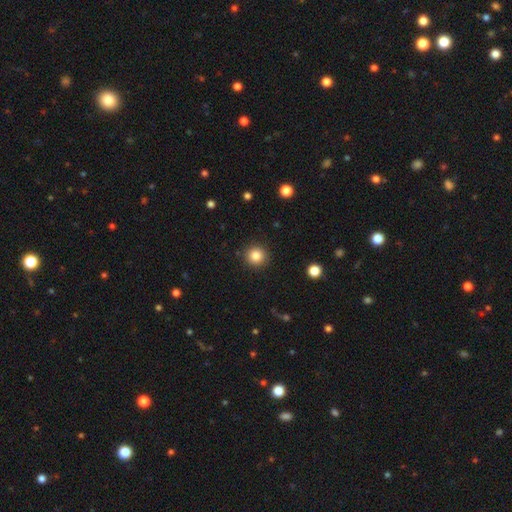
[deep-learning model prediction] A smooth galaxy with no disk features (84%) that is round (94%).

Vote fractions:
- Smooth or featured? smooth: 84% / star or artifact: 11% / featured or disk: 5%
- How rounded? round: 94% / in between: 5% / cigar-shaped: 1%
- Merging? none: 91% / minor disturbance: 6% / major disturbance: 2% / merger: 1%